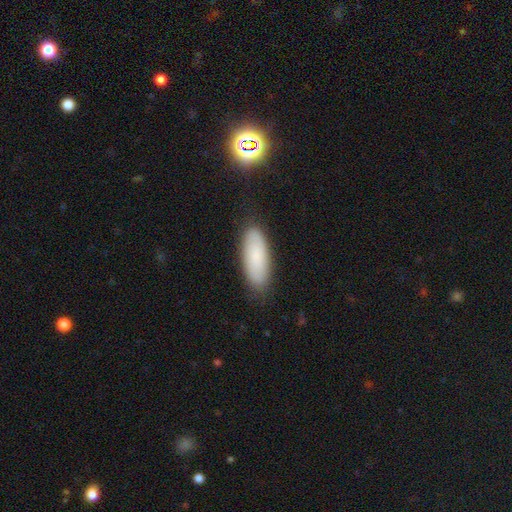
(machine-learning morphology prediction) Smooth or featured? smooth (78%)
How rounded? in between (72%)
Merging? none (83%)